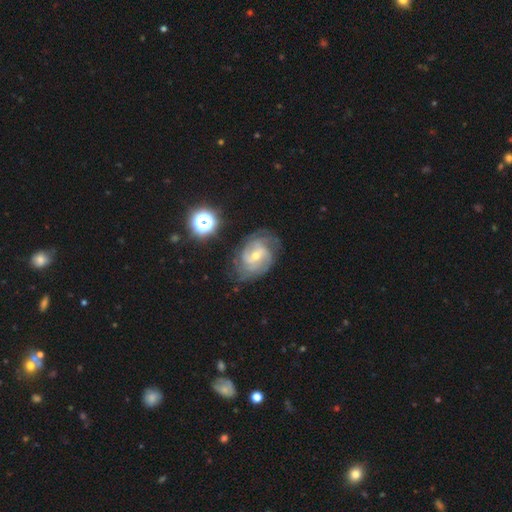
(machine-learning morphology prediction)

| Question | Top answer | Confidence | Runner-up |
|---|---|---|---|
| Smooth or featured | featured or disk | 81% | smooth (11%) |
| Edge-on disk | no | 97% | yes (3%) |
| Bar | weak | 49% | no (34%) |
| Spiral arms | yes | 94% | no (6%) |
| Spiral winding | tight | 47% | medium (39%) |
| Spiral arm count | can't tell | 33% | 2 (26%) |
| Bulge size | small | 54% | moderate (43%) |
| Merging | none | 67% | minor disturbance (21%) |